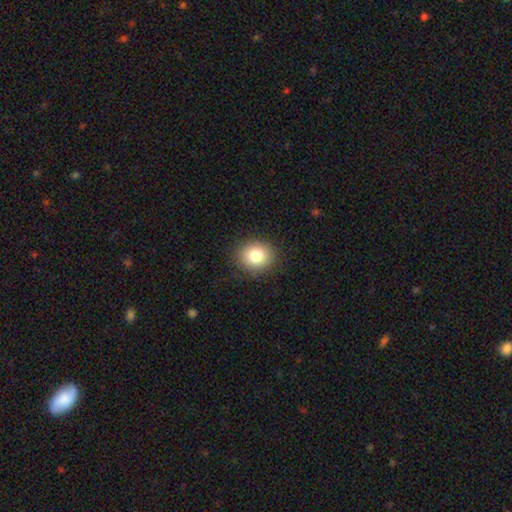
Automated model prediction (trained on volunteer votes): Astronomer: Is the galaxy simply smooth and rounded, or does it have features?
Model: smooth — 82%.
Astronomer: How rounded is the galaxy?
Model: round — 74%.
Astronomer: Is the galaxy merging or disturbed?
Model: none — 88%.